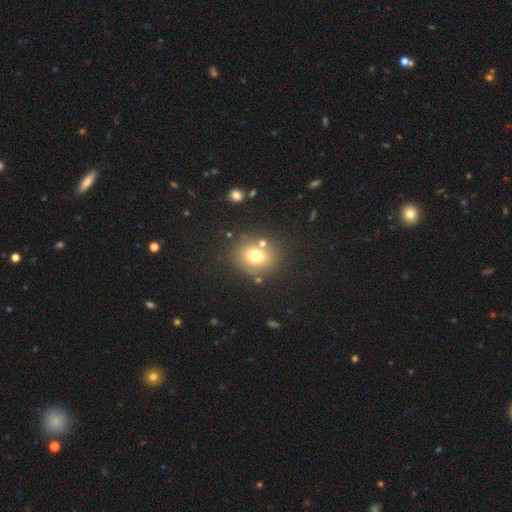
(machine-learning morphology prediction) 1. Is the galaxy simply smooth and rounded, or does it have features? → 71% smooth, 15% star or artifact, 14% featured or disk.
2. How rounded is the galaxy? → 68% round, 31% in between, 1% cigar-shaped.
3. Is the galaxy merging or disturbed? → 77% none, 10% minor disturbance, 8% merger, 4% major disturbance.